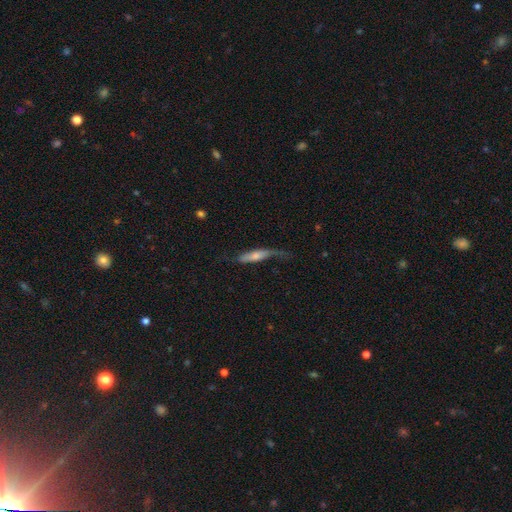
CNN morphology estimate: smooth 54%, featured or disk 40%, star or artifact 6%. Down the decision tree: how rounded — cigar-shaped (72%); merging — none (41%).